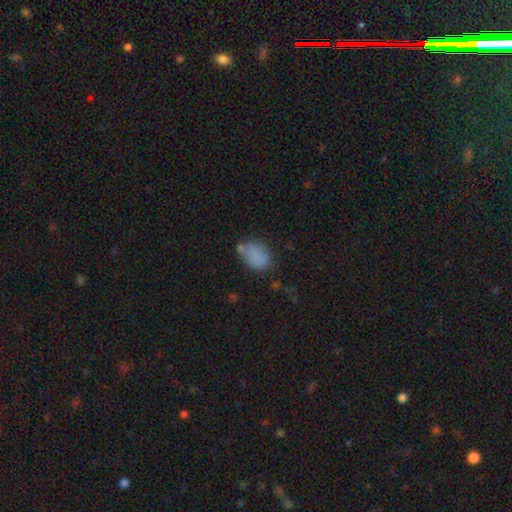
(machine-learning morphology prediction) Smooth or featured? Predicted: smooth (p=0.76). How rounded? Predicted: in between (p=0.76). Merging? Predicted: none (p=0.46).